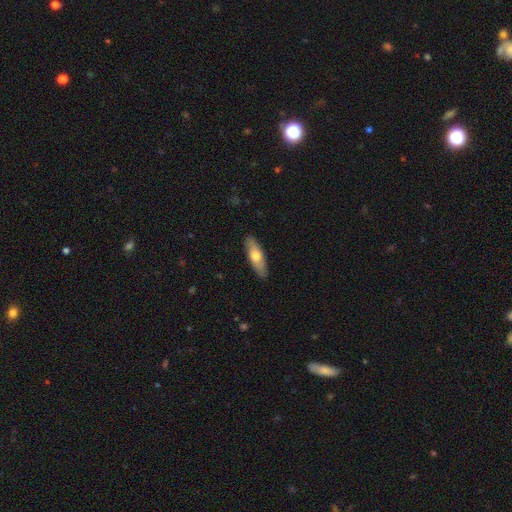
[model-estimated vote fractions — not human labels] Q: Smooth or featured?
A: smooth (63%); runner-up: featured or disk (31%)
Q: How rounded?
A: in between (50%); runner-up: cigar-shaped (48%)
Q: Merging?
A: none (88%); runner-up: minor disturbance (9%)